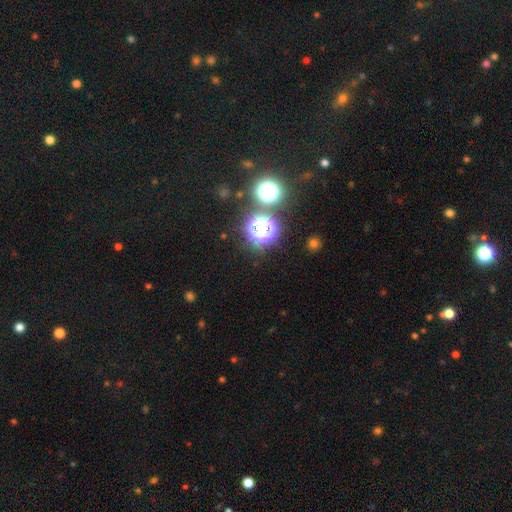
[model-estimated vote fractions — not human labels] A star or artifact, not a galaxy (74%).

Vote fractions:
- Smooth or featured? star or artifact: 74% / smooth: 19% / featured or disk: 7%